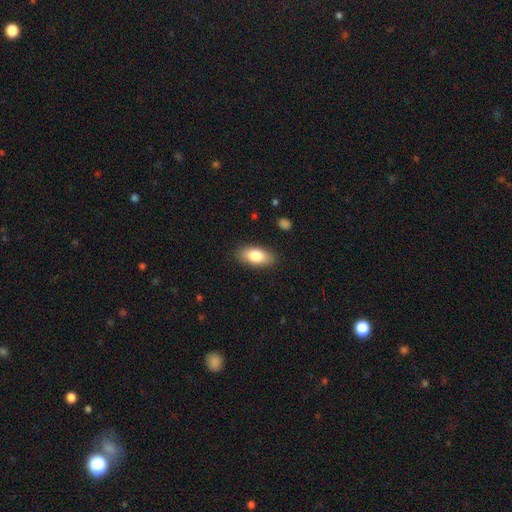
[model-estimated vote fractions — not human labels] Smooth or featured? smooth (82%)
How rounded? in between (90%)
Merging? none (87%)